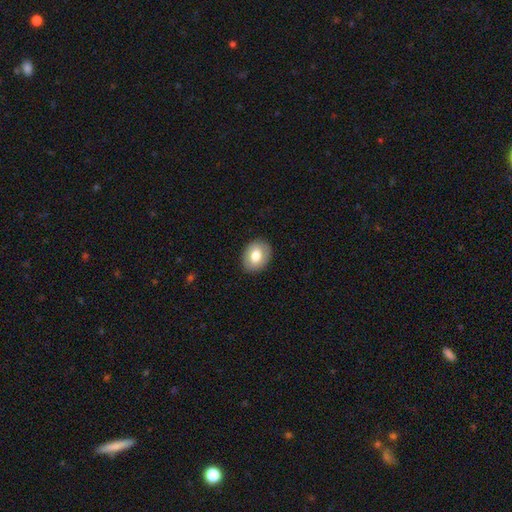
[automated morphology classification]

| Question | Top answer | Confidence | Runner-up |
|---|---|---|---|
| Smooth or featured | smooth | 75% | featured or disk (17%) |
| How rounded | in between | 58% | round (41%) |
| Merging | none | 89% | minor disturbance (8%) |